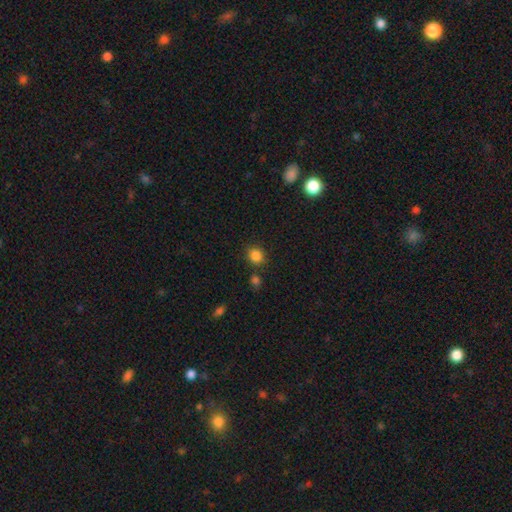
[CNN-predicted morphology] A smooth galaxy with no disk features (84%) that is round (69%). Merging: none (79%).